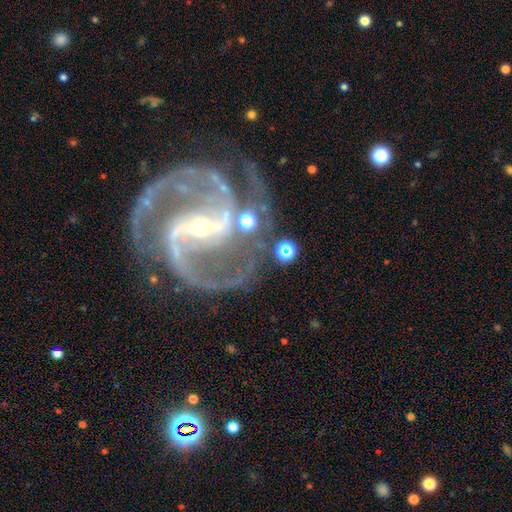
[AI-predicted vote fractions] This appears to be a featured or disk galaxy (93%) with a strong bar (61%), 2 (67%) medium (59%) spiral arms (99%) and a small central bulge (74%). Merging: none (70%).